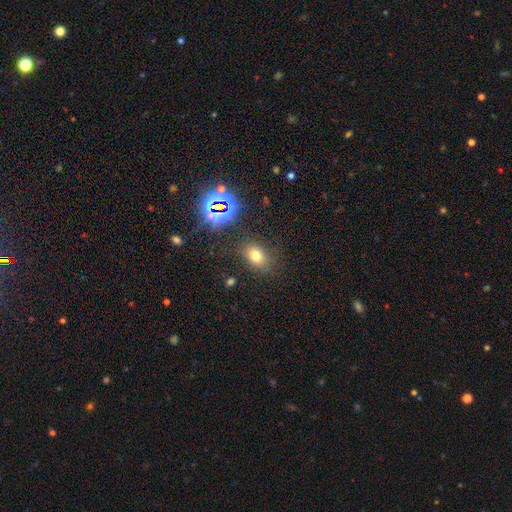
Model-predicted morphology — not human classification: A smooth galaxy with no disk features (69%) that is in between round and cigar-shaped (70%). Merging: none (82%).